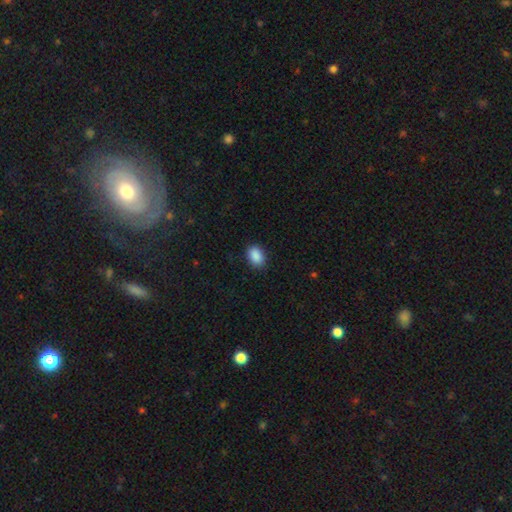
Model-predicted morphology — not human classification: type=smooth (90%); roundness=in between (81%); merging=none (88%).